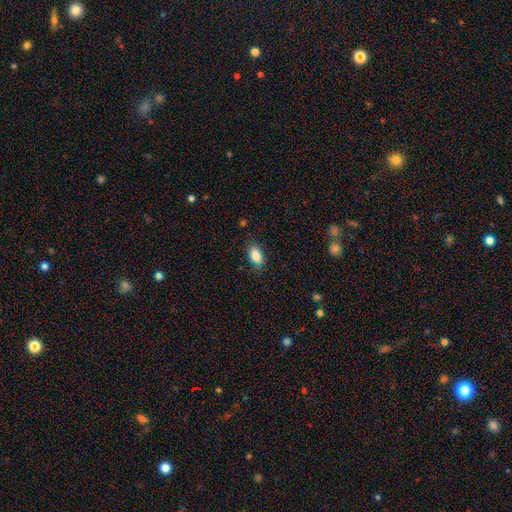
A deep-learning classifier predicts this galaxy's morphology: Smooth or featured: smooth — 86% (star or artifact — 8%)
How rounded: in between — 90% (round — 7%)
Merging: none — 80% (minor disturbance — 15%)